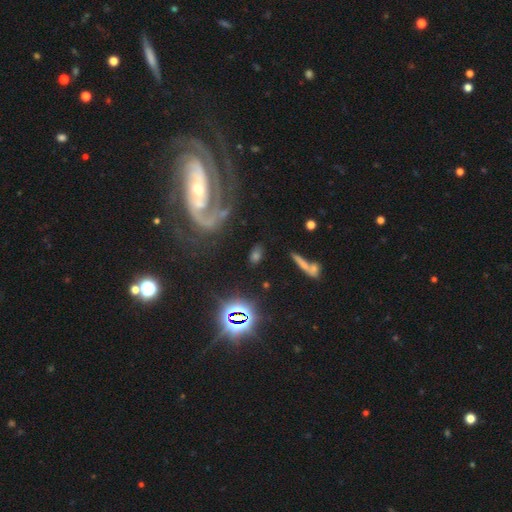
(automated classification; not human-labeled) Smooth or featured?
  - featured or disk: 41% *
  - smooth: 35%
  - star or artifact: 24%
Merging?
  - none: 63% *
  - minor disturbance: 15%
  - major disturbance: 12%
  - merger: 10%